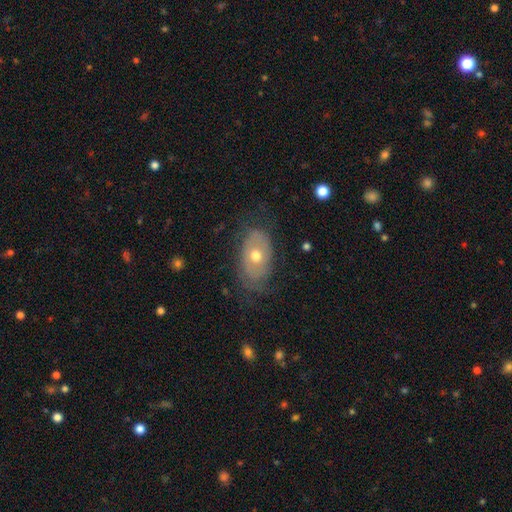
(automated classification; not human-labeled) Smooth or featured: featured or disk — 55% (smooth — 37%)
Edge-on disk: no — 90% (yes — 10%)
Merging: none — 68% (minor disturbance — 21%)